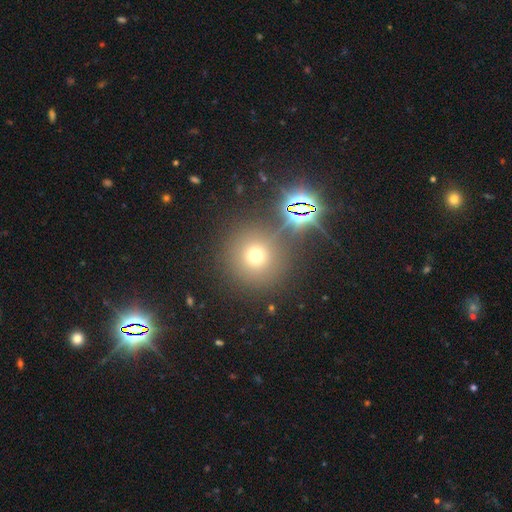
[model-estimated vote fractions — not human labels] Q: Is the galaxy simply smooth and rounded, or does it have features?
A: smooth — 62%.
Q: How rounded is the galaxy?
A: round — 94%.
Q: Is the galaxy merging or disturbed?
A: none — 82%.